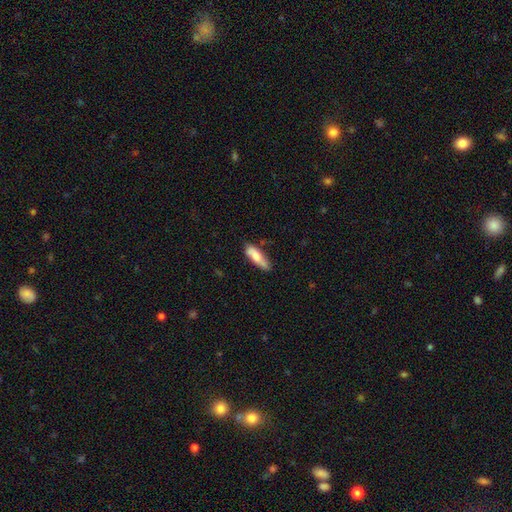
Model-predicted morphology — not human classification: A smooth galaxy with no disk features (71%) that is cigar-shaped (50%). Merging: none (68%).